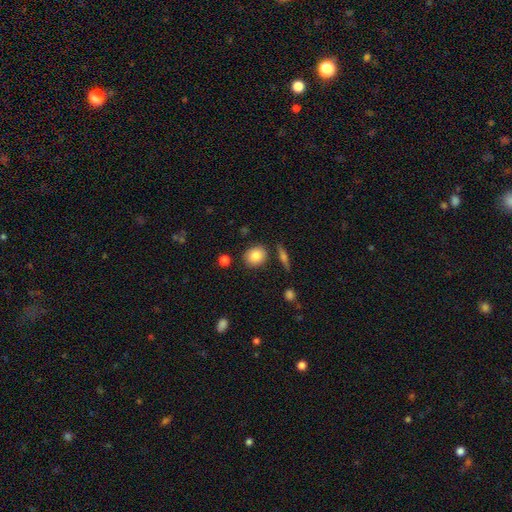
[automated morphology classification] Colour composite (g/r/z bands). It shows a smooth galaxy with no disk features (83%) that is round (69%). Merging: none (82%).